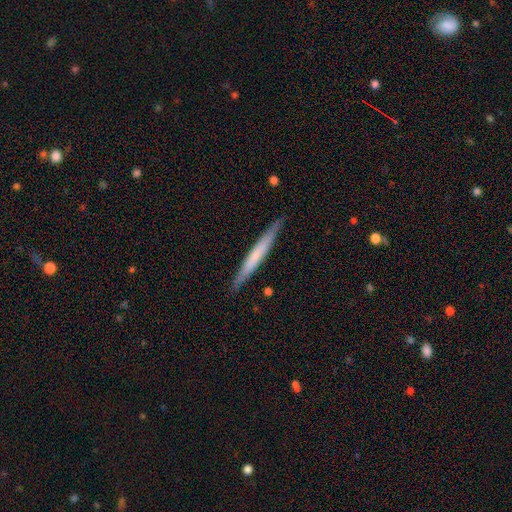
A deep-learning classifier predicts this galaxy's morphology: Smooth or featured? smooth (53%)
How rounded? cigar-shaped (97%)
Merging? none (88%)